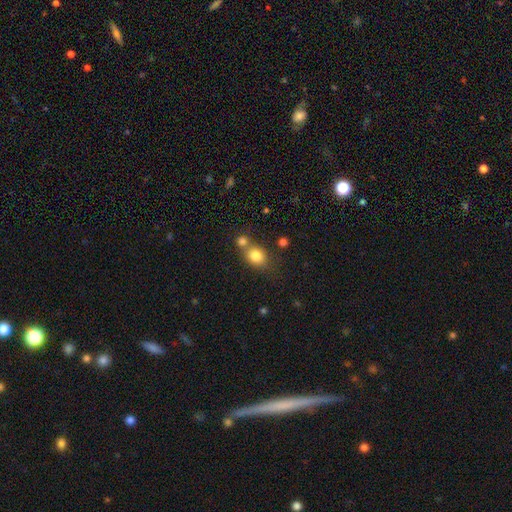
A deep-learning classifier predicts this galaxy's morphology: This appears to be a smooth galaxy with no disk features (82%) that is round (60%). Merging: none (48%).